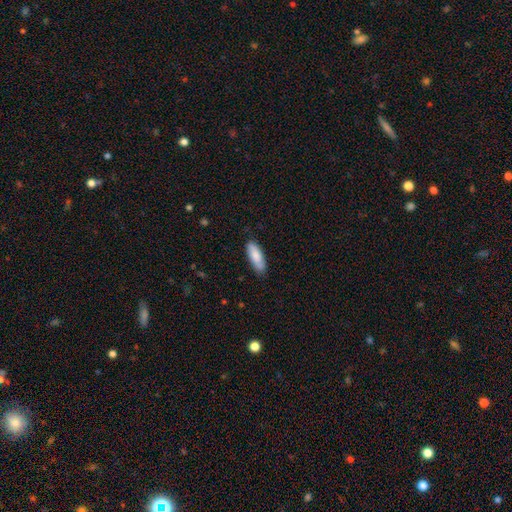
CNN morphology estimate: This appears to be a smooth galaxy with no disk features (85%) that is in between round and cigar-shaped (62%). Merging: none (84%).